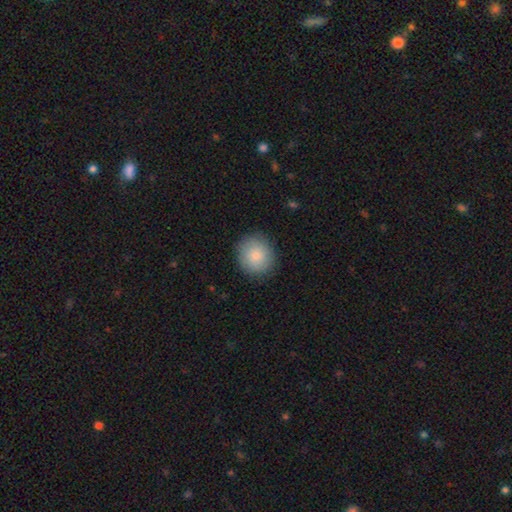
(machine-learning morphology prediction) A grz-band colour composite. It shows a smooth galaxy with no disk features (85%) that is round (83%). Merging: none (87%).